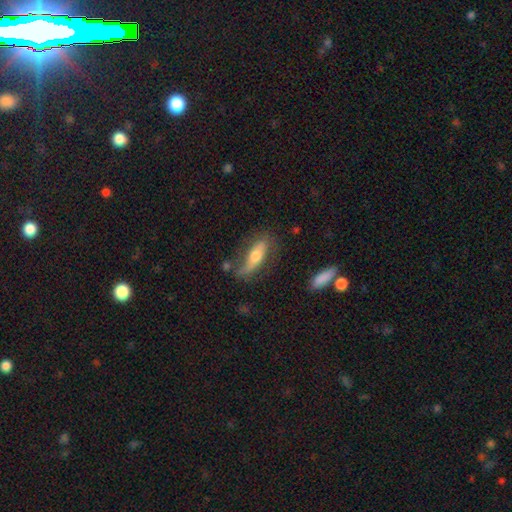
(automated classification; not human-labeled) smooth-or-featured: smooth: 50% | featured or disk: 43% | star or artifact: 7%
  merging: none: 56% | minor disturbance: 24% | major disturbance: 13% | merger: 6%